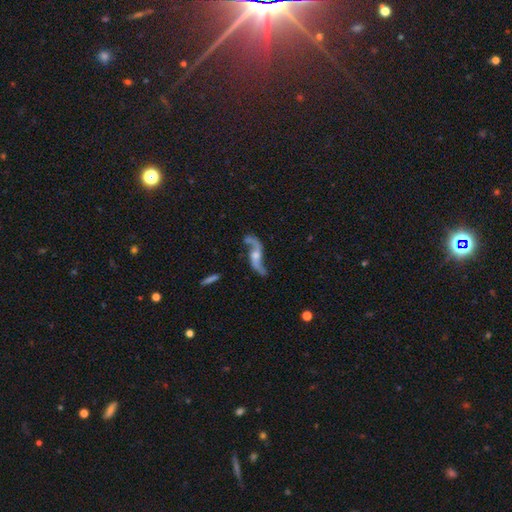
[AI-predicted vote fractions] Smooth or featured: featured or disk — 89% (star or artifact — 6%)
Edge-on disk: no — 90% (yes — 10%)
Bar: no — 59% (weak — 29%)
Spiral arms: yes — 95% (no — 5%)
Spiral winding: loose — 90% (medium — 7%)
Spiral arm count: 2 — 94% (1 — 2%)
Bulge size: moderate — 52% (small — 36%)
Merging: none — 70% (minor disturbance — 16%)